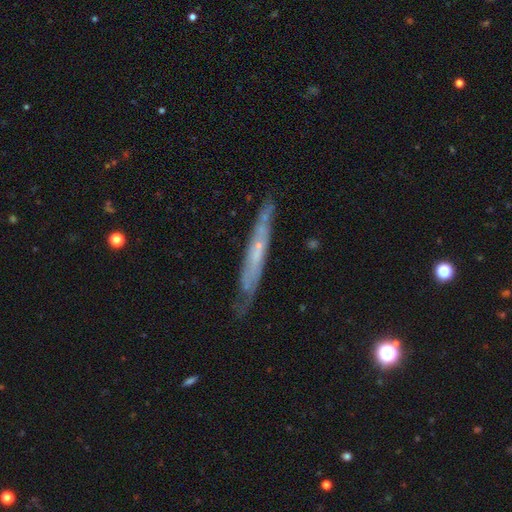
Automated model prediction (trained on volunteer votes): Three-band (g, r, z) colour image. It shows a featured or disk galaxy (68%) viewed edge-on (71%). Merging: none (74%).